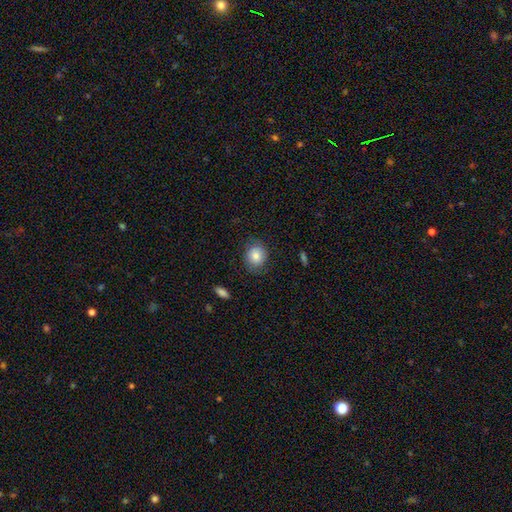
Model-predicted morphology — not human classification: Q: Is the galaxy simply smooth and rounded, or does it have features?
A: smooth — 79%.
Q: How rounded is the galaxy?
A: round — 68%.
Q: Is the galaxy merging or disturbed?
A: none — 77%.